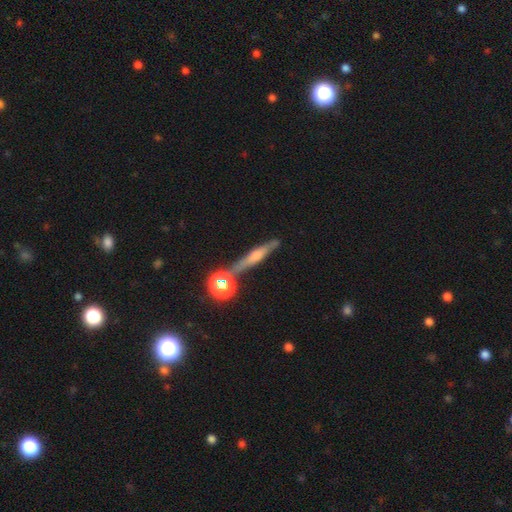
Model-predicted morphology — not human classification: Smooth or featured? Predicted: featured or disk (p=0.56). Edge-on disk? Predicted: yes (p=0.92). Edge-on bulge? Predicted: rounded (p=0.73). Merging? Predicted: none (p=0.75).